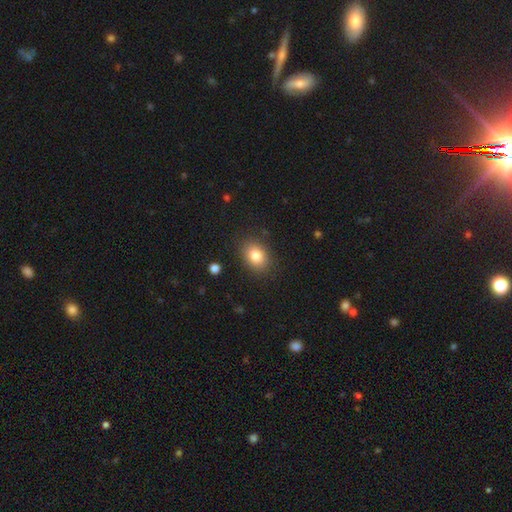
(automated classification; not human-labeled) Smooth or featured? smooth (83%)
How rounded? in between (65%)
Merging? none (85%)